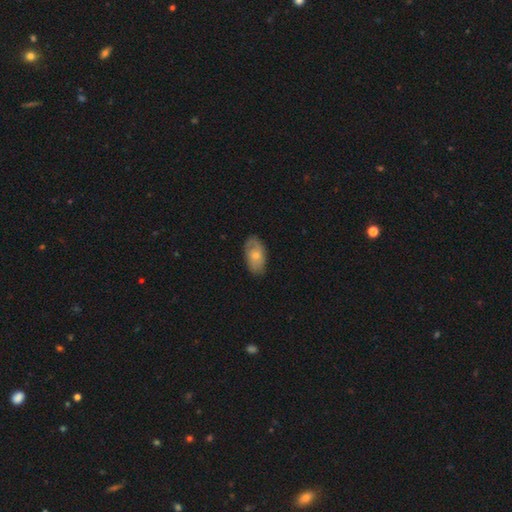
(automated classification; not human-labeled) Smooth or featured: smooth — 55% (featured or disk — 39%)
How rounded: in between — 92% (round — 6%)
Merging: none — 74% (minor disturbance — 20%)